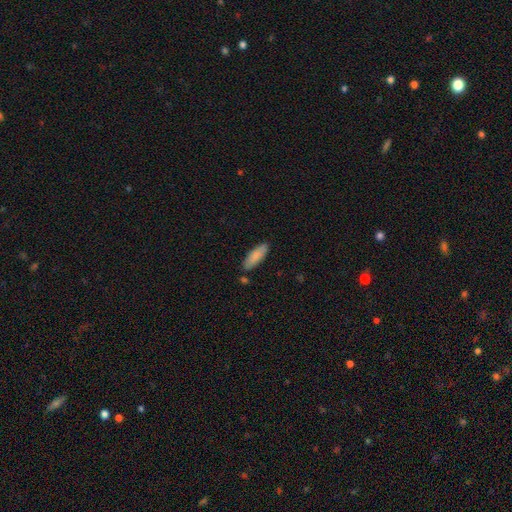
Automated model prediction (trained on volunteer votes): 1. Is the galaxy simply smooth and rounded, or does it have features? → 83% smooth, 11% featured or disk, 6% star or artifact.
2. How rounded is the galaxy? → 62% in between, 37% cigar-shaped, 2% round.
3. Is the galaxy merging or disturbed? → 81% none, 13% minor disturbance, 4% merger, 2% major disturbance.